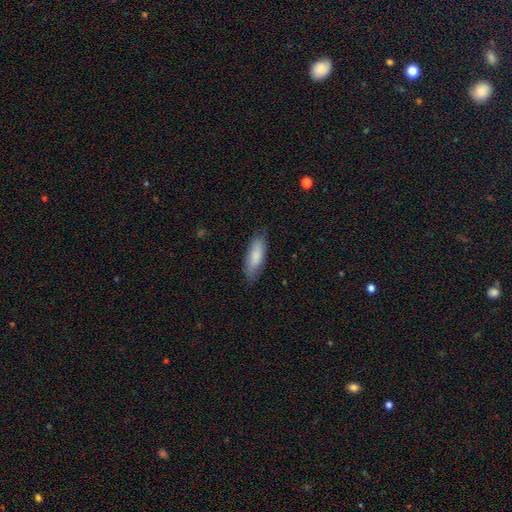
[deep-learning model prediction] This is clearly a smooth galaxy (83%). How rounded: likely in between (67%). Merging: clearly none (80%).